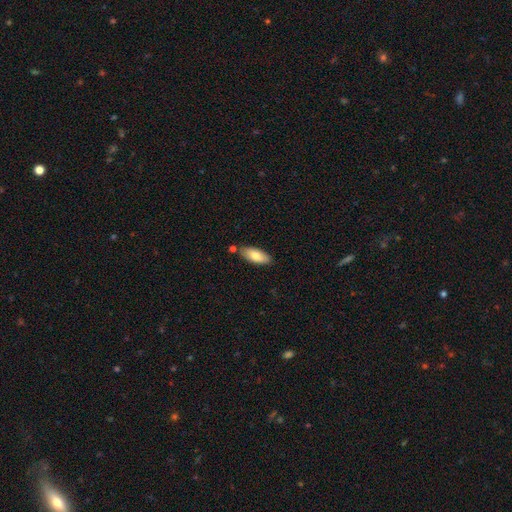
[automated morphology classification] The model was most divided on "smooth or featured": smooth: 76%, featured or disk: 17%, star or artifact: 6%. More confident: how rounded — in between (82%); merging — none (78%).